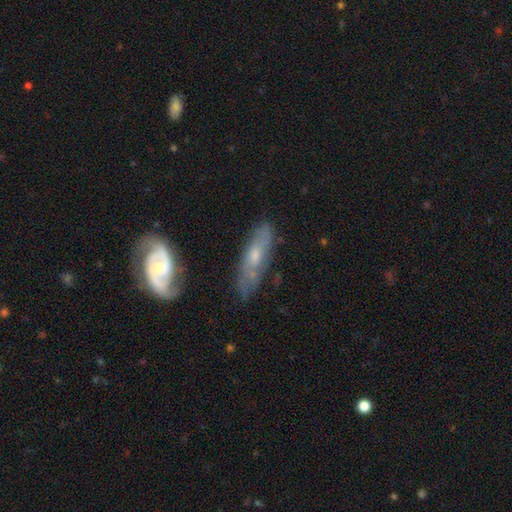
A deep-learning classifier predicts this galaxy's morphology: Overall: featured or disk (62%; smooth 31%). Edge-on disk: no (71%). Merging: none (65%).